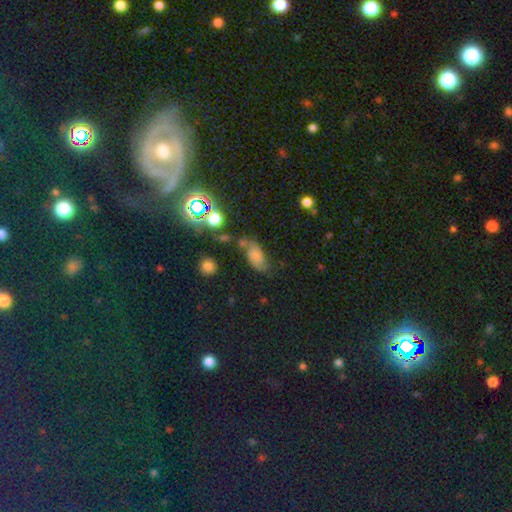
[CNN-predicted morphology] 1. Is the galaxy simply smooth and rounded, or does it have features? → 47% smooth, 37% featured or disk, 15% star or artifact.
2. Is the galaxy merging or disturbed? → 52% none, 26% minor disturbance, 14% major disturbance, 8% merger.